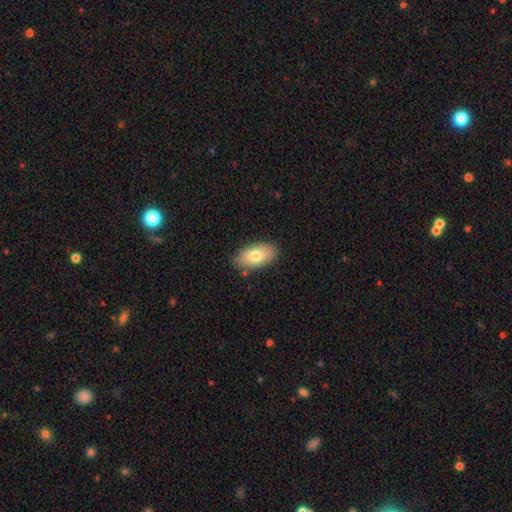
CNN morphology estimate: The model was most divided on "smooth or featured": smooth: 77%, featured or disk: 16%, star or artifact: 6%. More confident: how rounded — in between (94%); merging — none (86%).